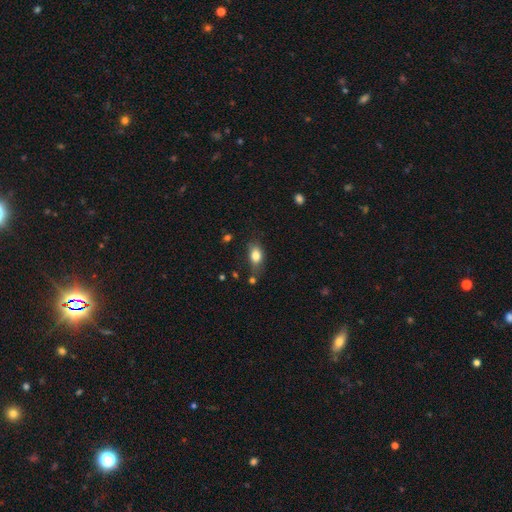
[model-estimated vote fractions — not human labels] Overall: smooth (82%). How rounded: in between (84%). Merging: none (62%; minor disturbance 25%).